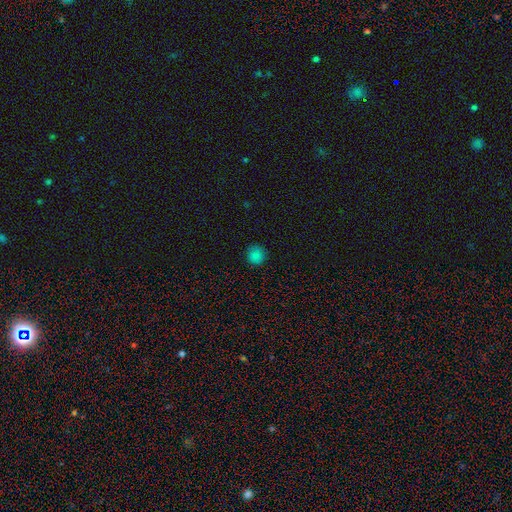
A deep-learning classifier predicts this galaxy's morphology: Smooth or featured? smooth (84%)
How rounded? round (93%)
Merging? none (90%)